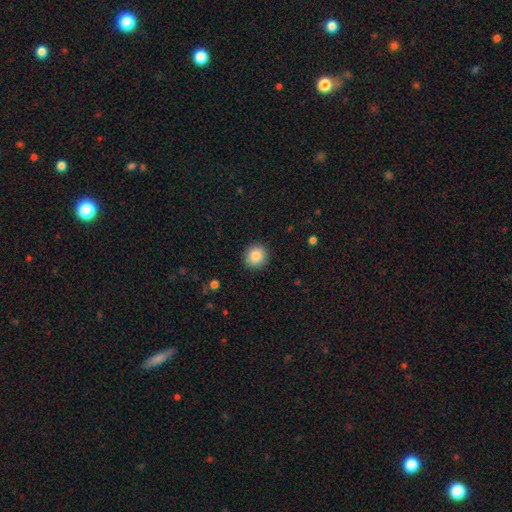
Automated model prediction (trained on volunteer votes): A smooth galaxy with no disk features (87%) that is round (88%).

Vote fractions:
- Smooth or featured? smooth: 87% / star or artifact: 9% / featured or disk: 4%
- How rounded? round: 88% / in between: 11% / cigar-shaped: 1%
- Merging? none: 91% / minor disturbance: 6% / major disturbance: 2% / merger: 1%